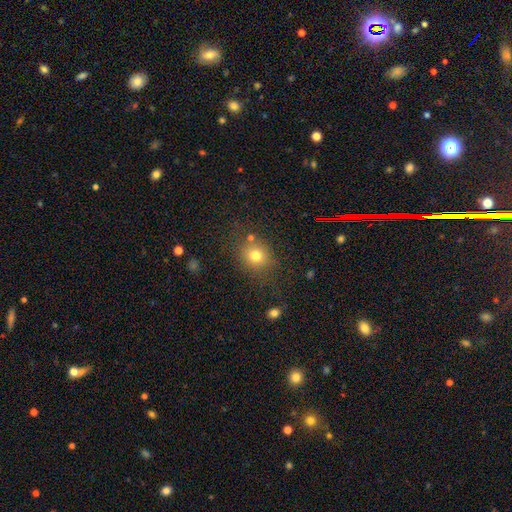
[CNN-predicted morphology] Smooth or featured: smooth — 75% (star or artifact — 15%)
How rounded: round — 78% (in between — 21%)
Merging: none — 75% (minor disturbance — 13%)